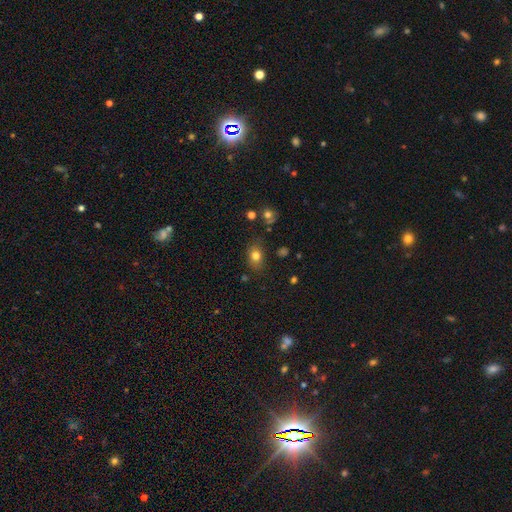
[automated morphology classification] type=smooth (78%); roundness=in between (67%); merging=none (77%).